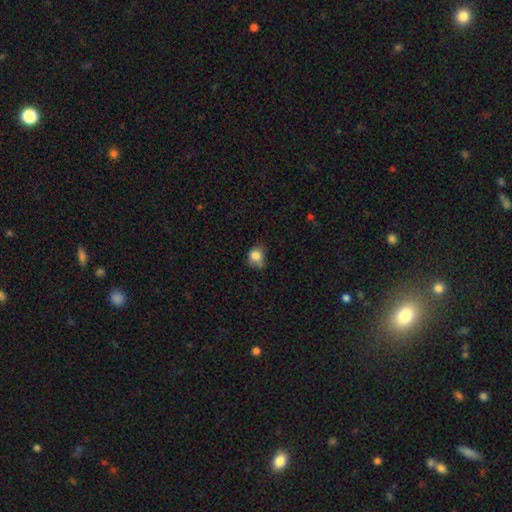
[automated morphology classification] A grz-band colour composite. It shows a smooth galaxy with no disk features (81%) that is round (63%). Merging: none (50%).